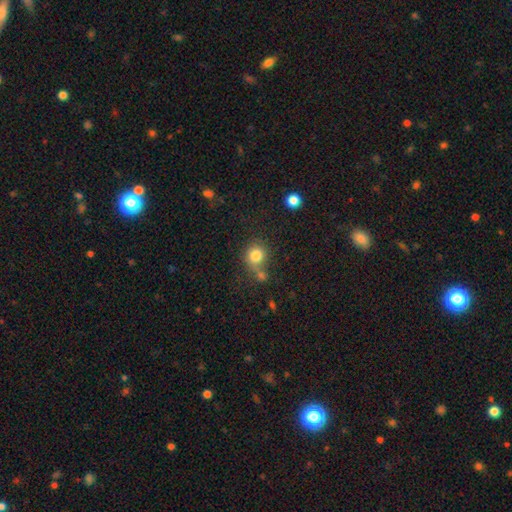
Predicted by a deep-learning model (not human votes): A smooth galaxy with no disk features (82%) that is round (82%).

Vote fractions:
- Smooth or featured? smooth: 82% / star or artifact: 11% / featured or disk: 8%
- How rounded? round: 82% / in between: 17% / cigar-shaped: 1%
- Merging? none: 55% / merger: 24% / minor disturbance: 15% / major disturbance: 6%